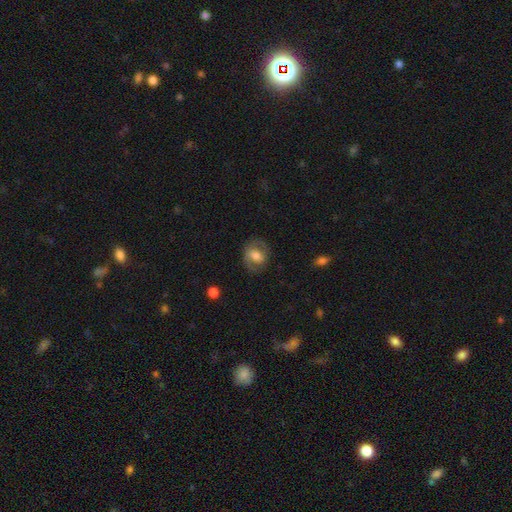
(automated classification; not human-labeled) A smooth galaxy with no disk features (47%).

Vote fractions:
- Smooth or featured? smooth: 47% / featured or disk: 46% / star or artifact: 8%
- Merging? none: 76% / minor disturbance: 15% / major disturbance: 8% / merger: 1%